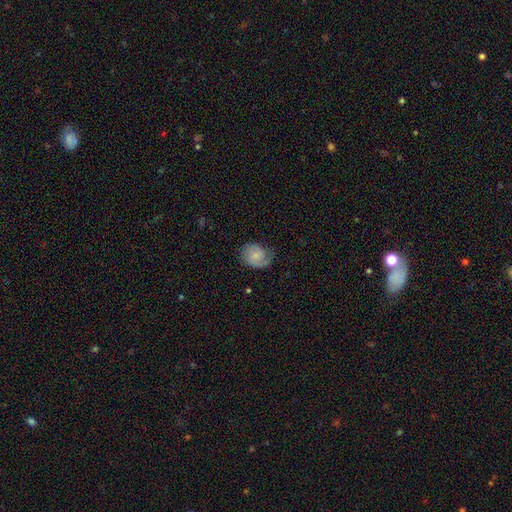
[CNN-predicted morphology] smooth-or-featured: smooth: 53% | featured or disk: 39% | star or artifact: 8%
  how-rounded: round: 58% | in between: 41% | cigar-shaped: 1%
  merging: none: 59% | minor disturbance: 27% | major disturbance: 13% | merger: 1%